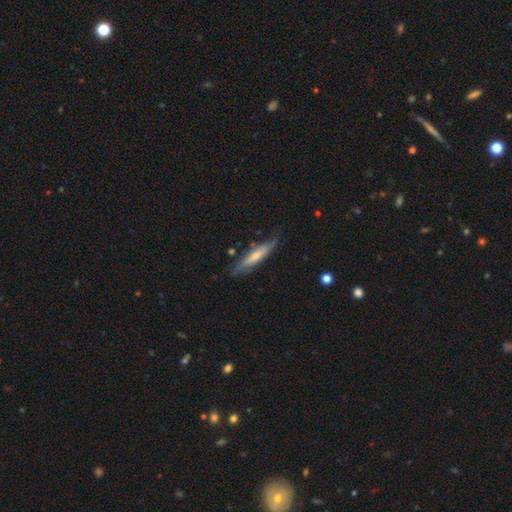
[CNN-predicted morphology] A smooth galaxy with no disk features (53%) that is cigar-shaped (83%). Merging: none (70%).